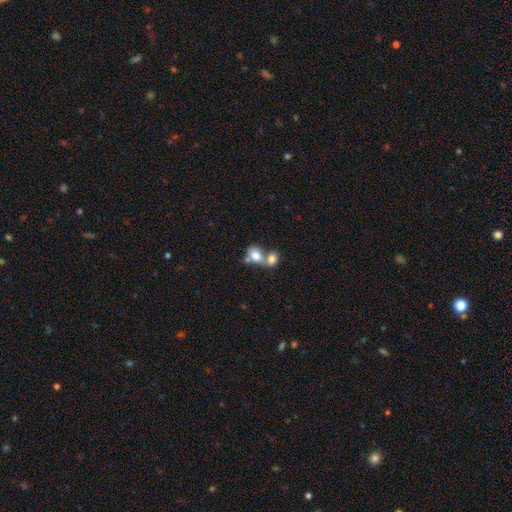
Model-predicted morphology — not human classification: This is likely a smooth galaxy (77%). How rounded: possibly in between (52%). Merging: likely merger (69%).